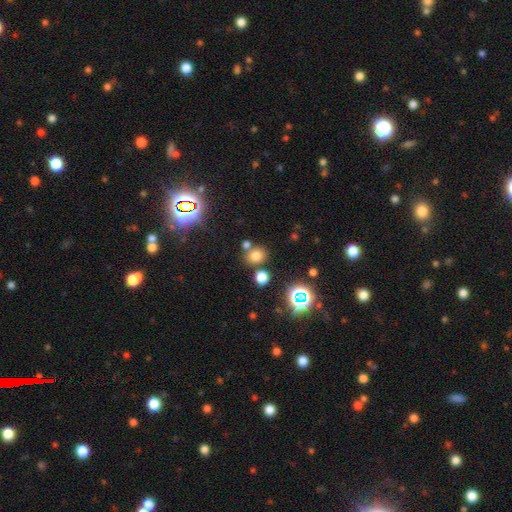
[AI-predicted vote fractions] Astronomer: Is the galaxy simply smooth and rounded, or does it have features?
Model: smooth — 71%.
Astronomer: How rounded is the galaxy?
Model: round — 65%.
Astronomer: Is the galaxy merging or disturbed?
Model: none — 69%.